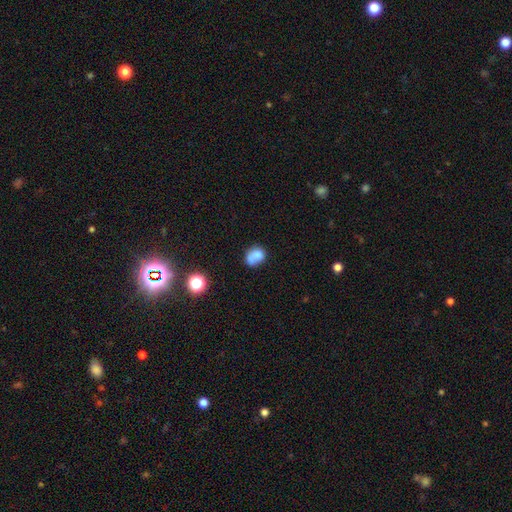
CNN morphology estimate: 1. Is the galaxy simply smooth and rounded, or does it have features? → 72% smooth, 17% featured or disk, 11% star or artifact.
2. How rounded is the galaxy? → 52% in between, 47% round, 1% cigar-shaped.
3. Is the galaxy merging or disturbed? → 37% none, 31% merger, 20% minor disturbance, 12% major disturbance.